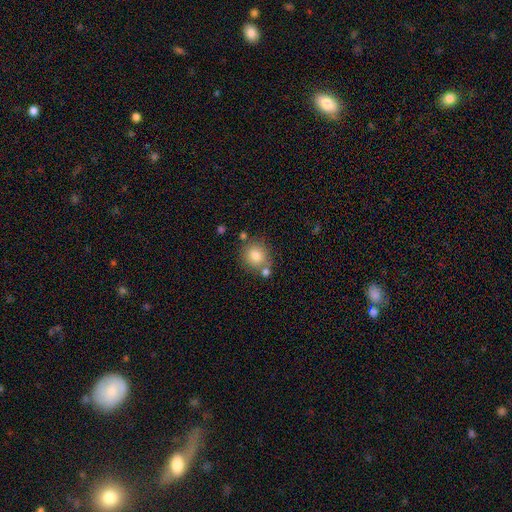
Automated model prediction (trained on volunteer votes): A smooth galaxy with no disk features (78%) that is round (84%). Merging: none (66%).